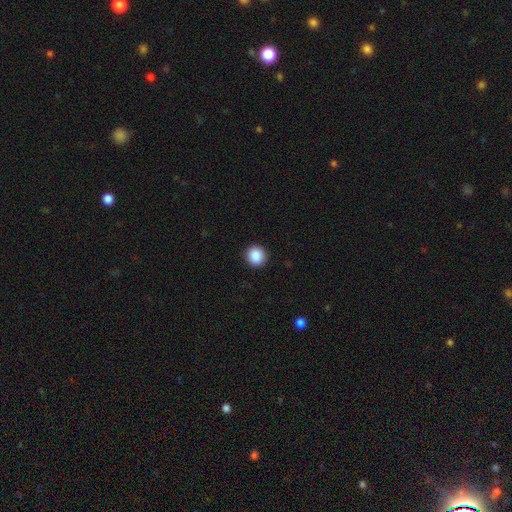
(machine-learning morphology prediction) A smooth galaxy with no disk features (88%) that is round (88%).

Vote fractions:
- Smooth or featured? smooth: 88% / star or artifact: 9% / featured or disk: 3%
- How rounded? round: 88% / in between: 11% / cigar-shaped: 1%
- Merging? none: 92% / minor disturbance: 6% / major disturbance: 2% / merger: 1%